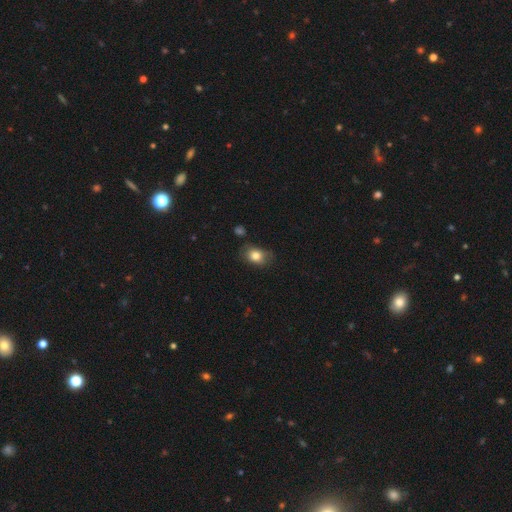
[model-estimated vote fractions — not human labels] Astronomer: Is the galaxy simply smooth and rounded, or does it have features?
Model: smooth — 81%.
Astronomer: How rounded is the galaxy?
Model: in between — 66%.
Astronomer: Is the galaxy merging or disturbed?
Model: none — 70%.